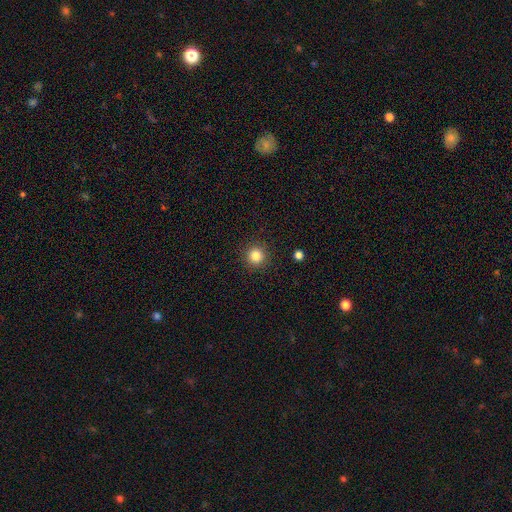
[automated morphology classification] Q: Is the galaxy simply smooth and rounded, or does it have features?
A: smooth — 84%.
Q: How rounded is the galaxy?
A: round — 95%.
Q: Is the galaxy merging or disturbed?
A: none — 92%.